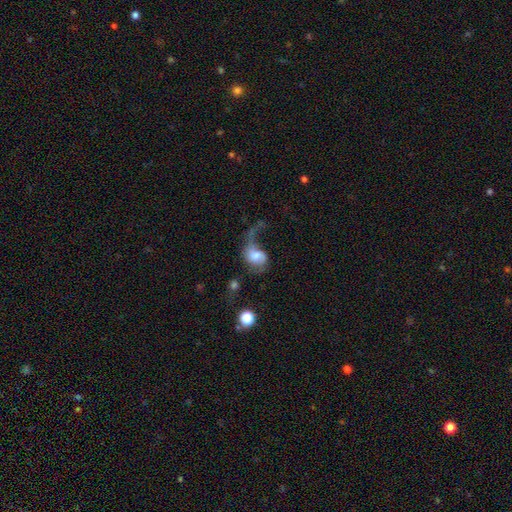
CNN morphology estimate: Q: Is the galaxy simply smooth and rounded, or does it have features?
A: featured or disk — 51%.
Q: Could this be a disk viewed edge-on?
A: no — 97%.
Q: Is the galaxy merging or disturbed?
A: major disturbance — 51%.